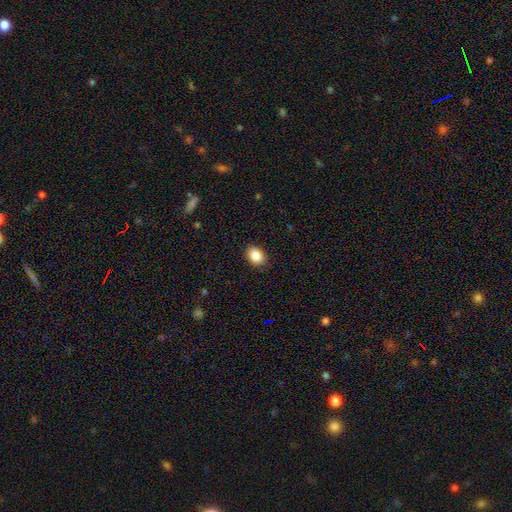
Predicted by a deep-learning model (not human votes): A smooth galaxy with no disk features (87%) that is in between round and cigar-shaped (63%). Merging: none (88%).